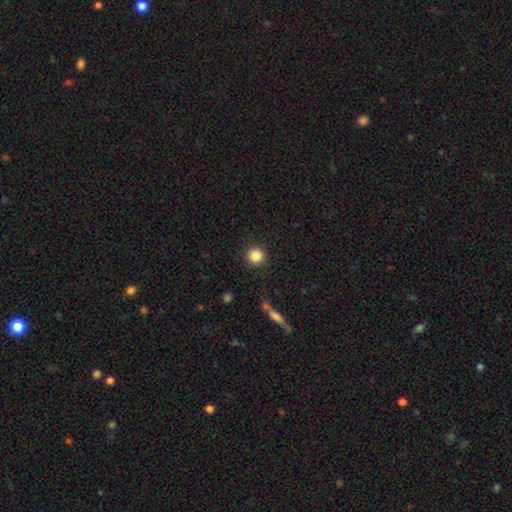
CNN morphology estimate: The model was most divided on "smooth or featured": smooth: 85%, star or artifact: 10%, featured or disk: 5%. More confident: how rounded — round (95%); merging — none (90%).